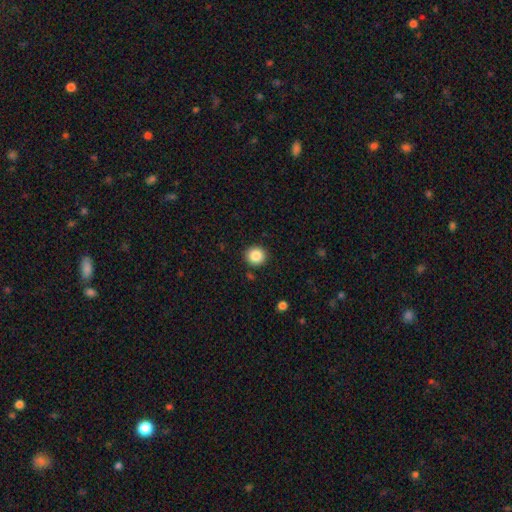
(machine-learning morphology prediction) Smooth or featured? Predicted: smooth (p=0.87). How rounded? Predicted: round (p=0.92). Merging? Predicted: none (p=0.91).